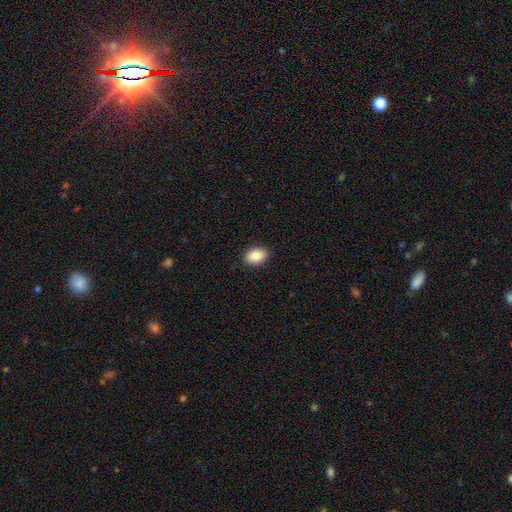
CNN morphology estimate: This is clearly a smooth galaxy (88%). How rounded: clearly in between (85%). Merging: clearly none (90%).